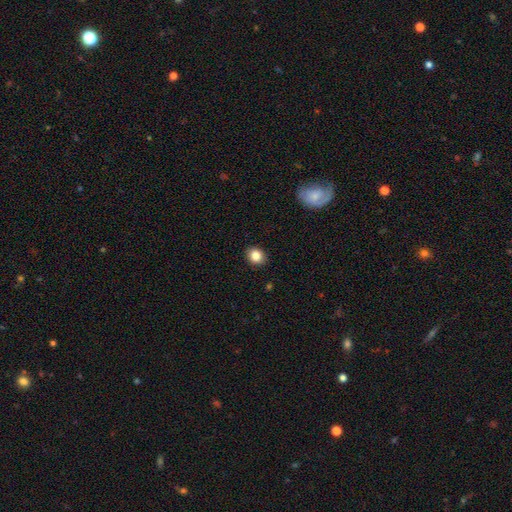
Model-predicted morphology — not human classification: A smooth galaxy with no disk features (85%) that is round (63%). Merging: none (90%).